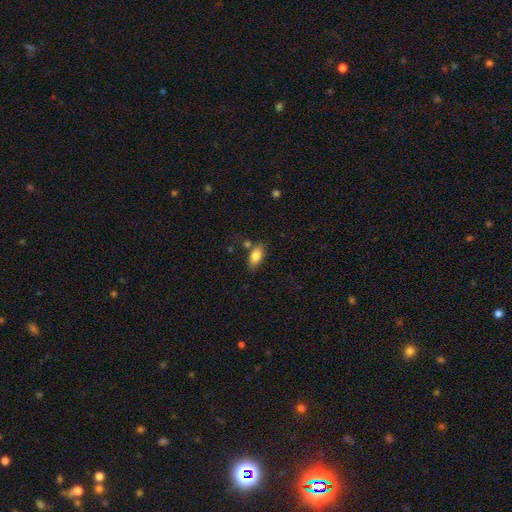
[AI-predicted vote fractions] A smooth galaxy with no disk features (80%) that is in between round and cigar-shaped (88%). Merging: none (71%).